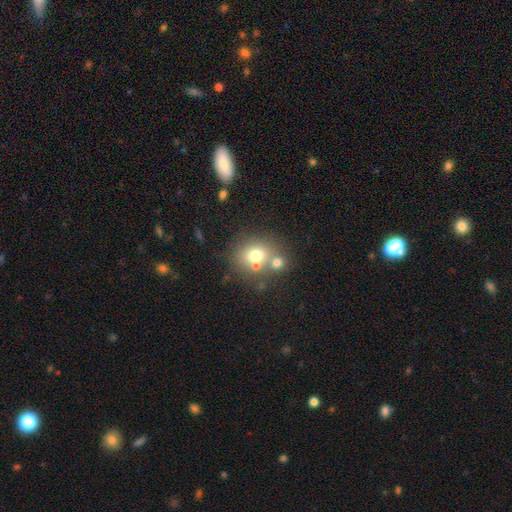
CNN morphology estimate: Smooth or featured? smooth (68%)
How rounded? round (75%)
Merging? none (52%)